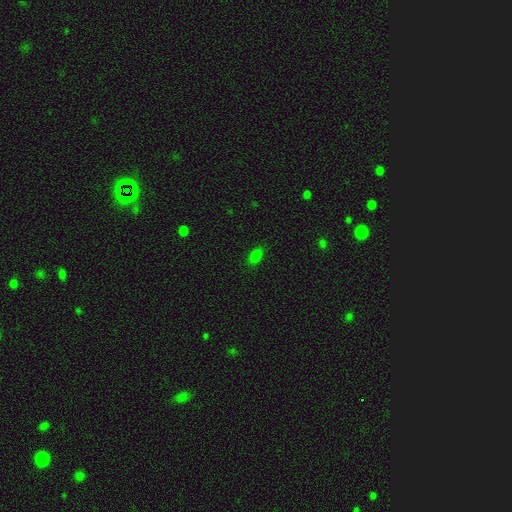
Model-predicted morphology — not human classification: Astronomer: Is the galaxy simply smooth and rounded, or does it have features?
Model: smooth — 80%.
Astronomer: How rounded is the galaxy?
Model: in between — 87%.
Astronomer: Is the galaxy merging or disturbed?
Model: none — 85%.